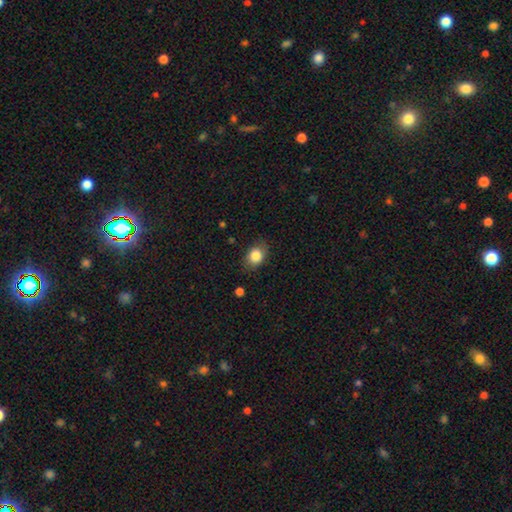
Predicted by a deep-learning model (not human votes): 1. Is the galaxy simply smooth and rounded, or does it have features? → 84% smooth, 8% star or artifact, 8% featured or disk.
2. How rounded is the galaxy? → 65% in between, 33% round, 1% cigar-shaped.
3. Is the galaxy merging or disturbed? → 79% none, 16% minor disturbance, 4% major disturbance, 1% merger.